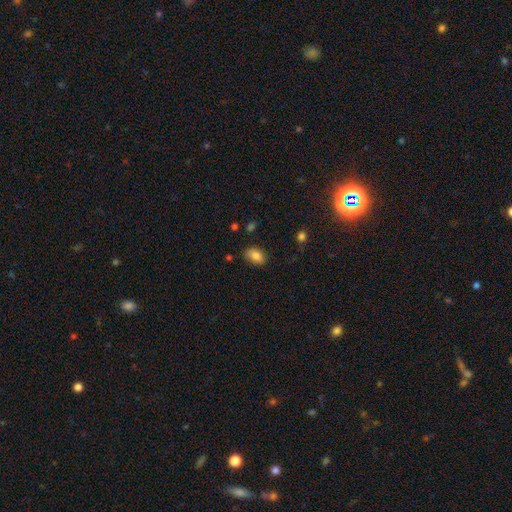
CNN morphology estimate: This is clearly a smooth galaxy (85%). How rounded: clearly in between (88%). Merging: clearly none (82%).